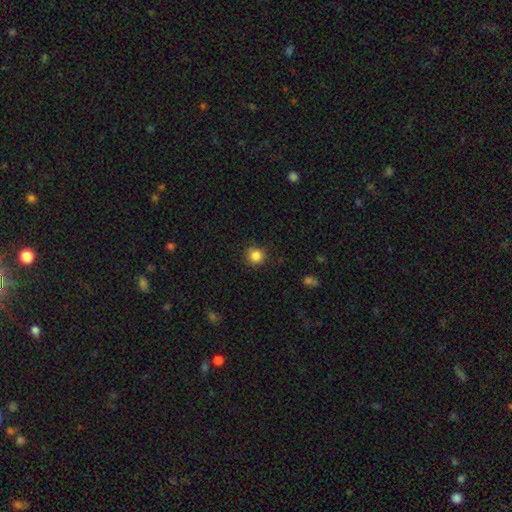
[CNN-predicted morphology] A smooth galaxy with no disk features (85%) that is round (94%). Merging: none (89%).